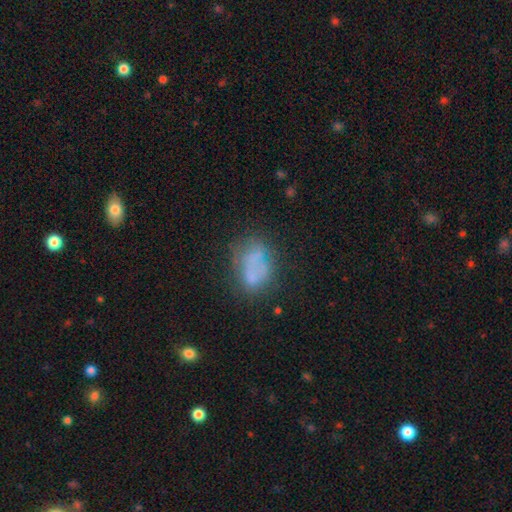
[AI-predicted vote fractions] smooth 51%, featured or disk 31%, star or artifact 18%. Down the decision tree: how rounded — in between (69%); merging — none (44%).